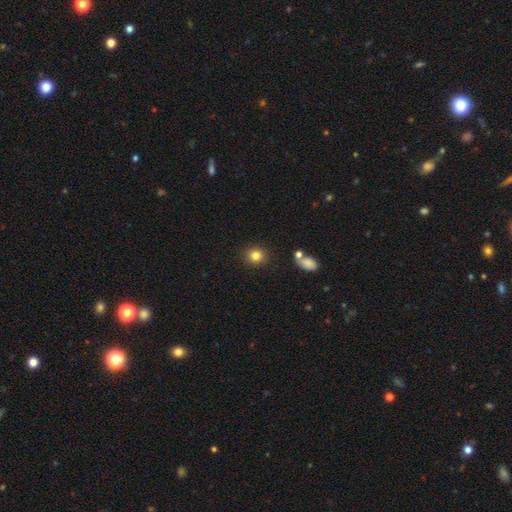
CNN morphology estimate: The model was most divided on "how rounded": round: 84%, in between: 15%, cigar-shaped: 1%. More confident: merging — none (88%); smooth or featured — smooth (83%).